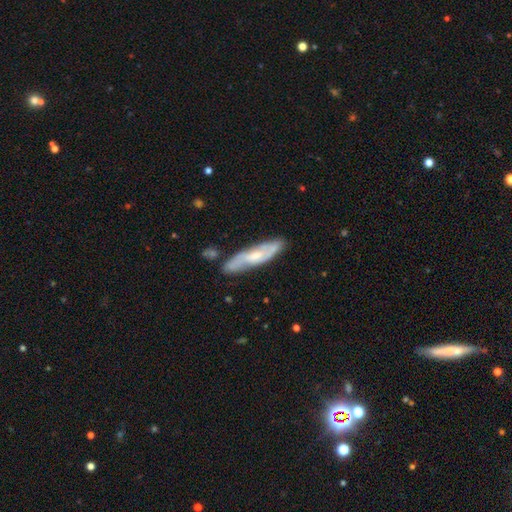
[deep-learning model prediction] A featured or disk galaxy (62%). Merging: none (78%).